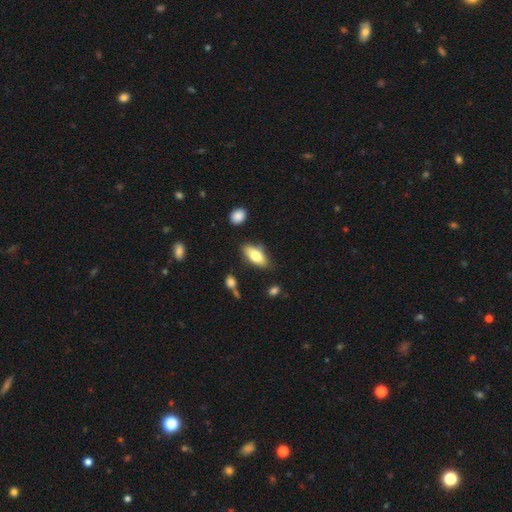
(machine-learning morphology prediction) smooth_or_featured: smooth (p=0.72) [alt: featured or disk p=0.21]
how_rounded: in between (p=0.83) [alt: cigar-shaped p=0.14]
merging: none (p=0.77) [alt: minor disturbance p=0.16]